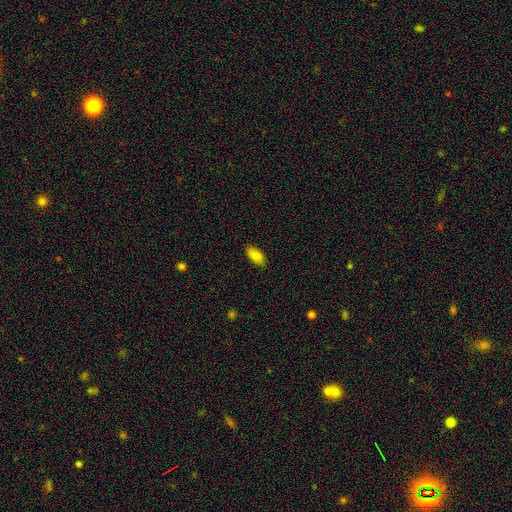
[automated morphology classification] This is clearly a smooth galaxy (86%). How rounded: clearly in between (90%). Merging: clearly none (86%).